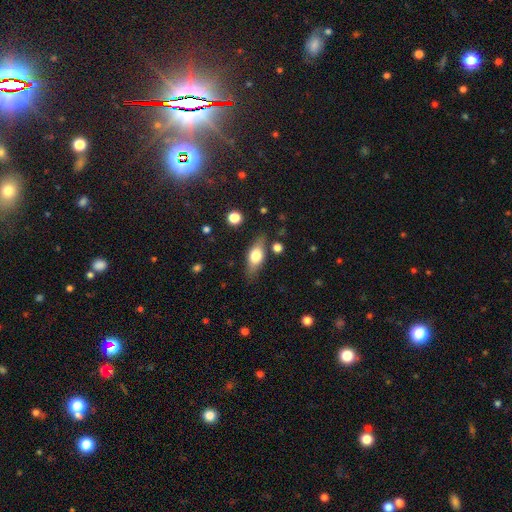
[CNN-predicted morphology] A smooth galaxy with no disk features (59%) that is in between round and cigar-shaped (73%).

Vote fractions:
- Smooth or featured? smooth: 59% / featured or disk: 34% / star or artifact: 7%
- How rounded? in between: 73% / cigar-shaped: 21% / round: 6%
- Merging? none: 79% / minor disturbance: 14% / major disturbance: 4% / merger: 3%